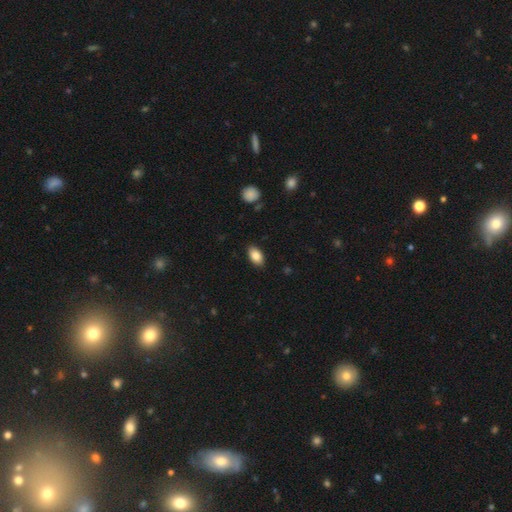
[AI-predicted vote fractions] A smooth galaxy with no disk features (85%) that is in between round and cigar-shaped (92%).

Vote fractions:
- Smooth or featured? smooth: 85% / star or artifact: 7% / featured or disk: 7%
- How rounded? in between: 92% / round: 6% / cigar-shaped: 2%
- Merging? none: 87% / minor disturbance: 9% / major disturbance: 2% / merger: 1%